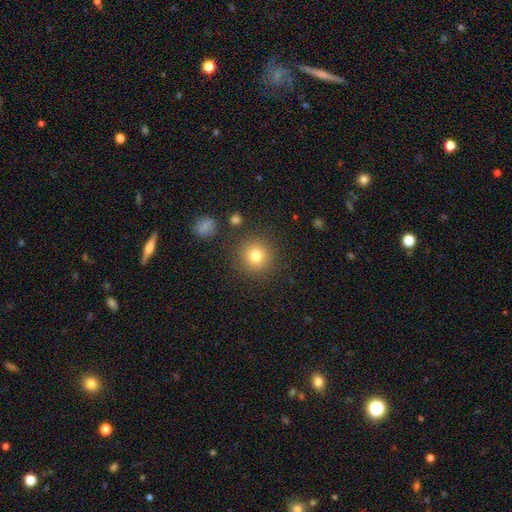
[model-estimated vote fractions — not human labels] A smooth galaxy with no disk features (79%) that is round (93%).

Vote fractions:
- Smooth or featured? smooth: 79% / star or artifact: 13% / featured or disk: 8%
- How rounded? round: 93% / in between: 6% / cigar-shaped: 1%
- Merging? none: 87% / minor disturbance: 7% / major disturbance: 3% / merger: 3%